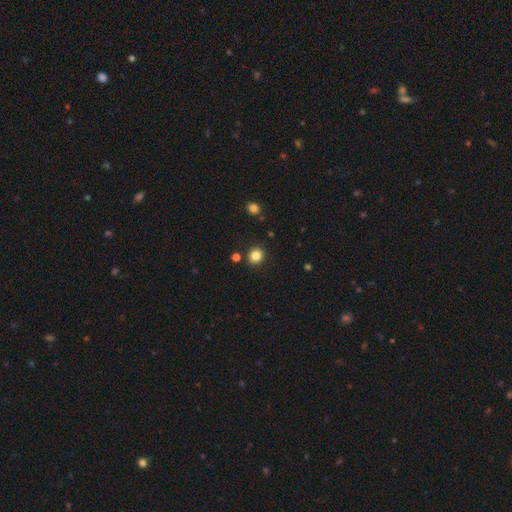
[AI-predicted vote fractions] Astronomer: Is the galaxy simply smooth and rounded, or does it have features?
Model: smooth — 83%.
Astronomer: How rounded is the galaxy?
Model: round — 83%.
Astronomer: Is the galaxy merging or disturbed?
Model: none — 88%.